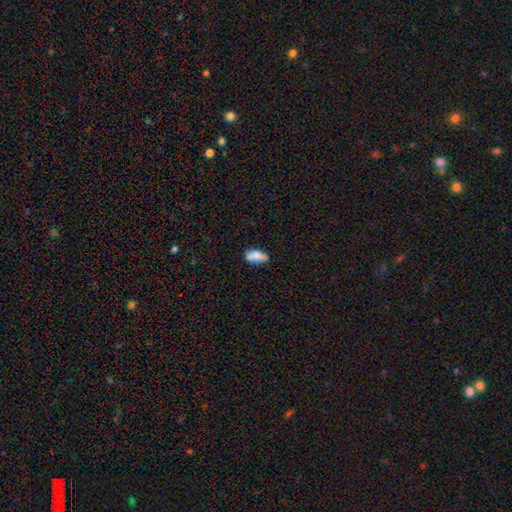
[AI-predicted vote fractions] Q: Smooth or featured?
A: smooth (74%); runner-up: featured or disk (19%)
Q: How rounded?
A: in between (89%); runner-up: cigar-shaped (6%)
Q: Merging?
A: none (59%); runner-up: minor disturbance (24%)